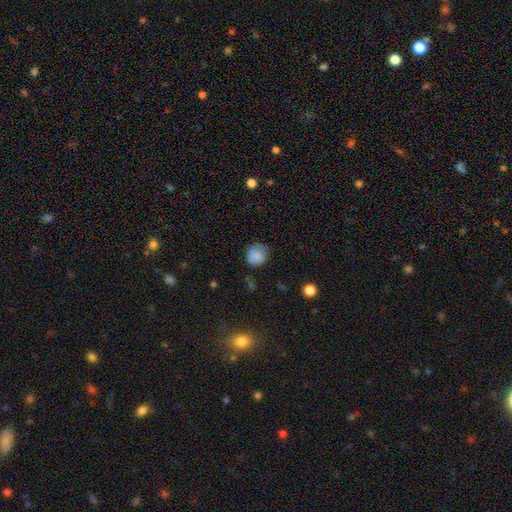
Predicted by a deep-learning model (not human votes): smooth-or-featured: smooth: 79% | featured or disk: 12% | star or artifact: 9%
  how-rounded: round: 79% | in between: 20% | cigar-shaped: 1%
  merging: none: 68% | minor disturbance: 23% | major disturbance: 6% | merger: 2%